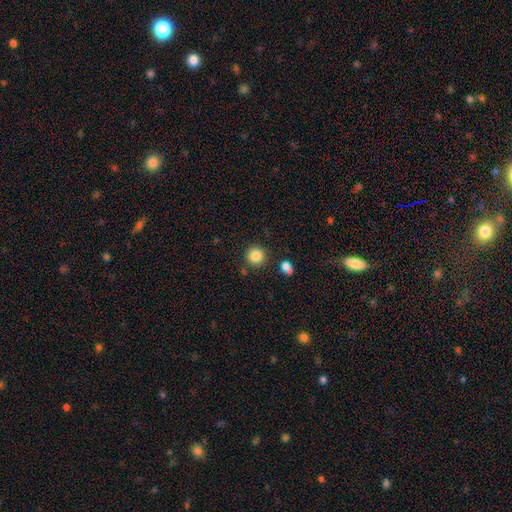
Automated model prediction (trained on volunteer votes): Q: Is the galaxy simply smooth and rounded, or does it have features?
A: smooth — 85%.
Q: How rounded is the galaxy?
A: round — 93%.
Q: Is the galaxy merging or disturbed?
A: none — 86%.